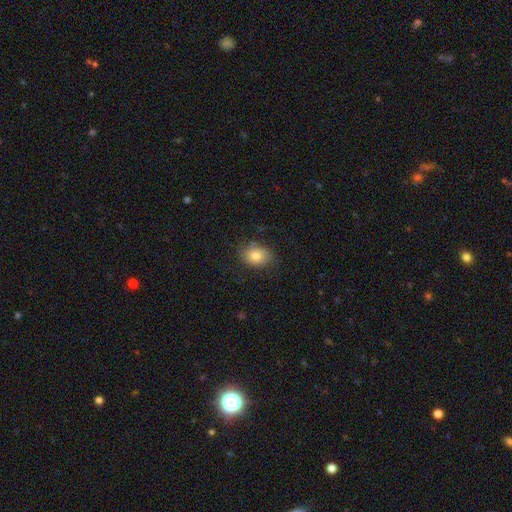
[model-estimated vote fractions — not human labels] Smooth or featured? Predicted: smooth (p=0.80). How rounded? Predicted: in between (p=0.61). Merging? Predicted: none (p=0.76).